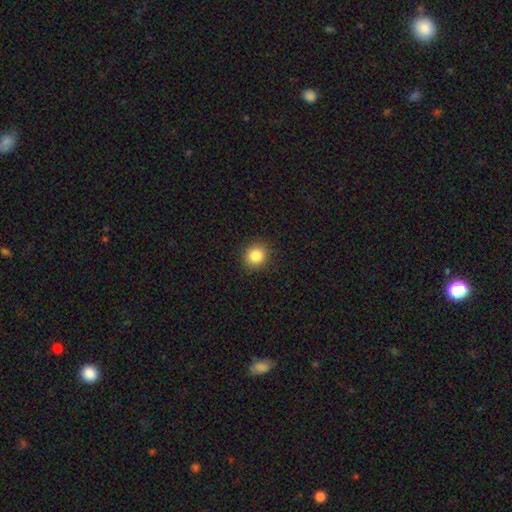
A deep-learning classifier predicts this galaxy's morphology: This is clearly a smooth galaxy (85%). How rounded: clearly round (83%). Merging: clearly none (91%).